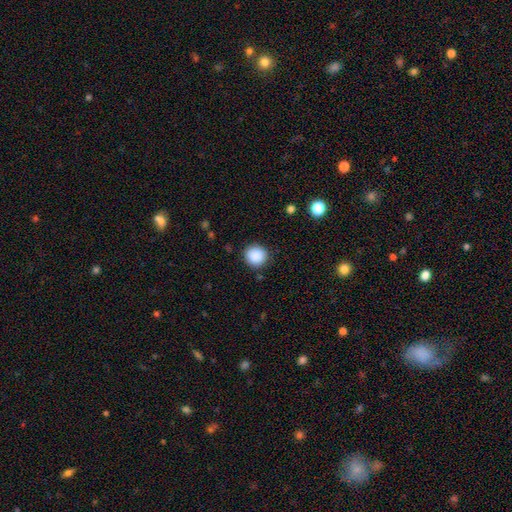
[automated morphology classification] Smooth or featured? Predicted: smooth (p=0.88). How rounded? Predicted: round (p=0.90). Merging? Predicted: none (p=0.87).